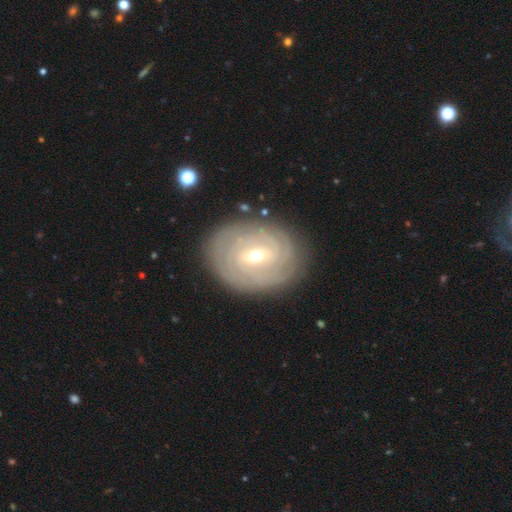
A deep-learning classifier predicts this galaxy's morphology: Smooth or featured? featured or disk (84%)
Edge-on disk? no (96%)
Bar? weak (53%)
Spiral arms? yes (93%)
Spiral winding? tight (84%)
Spiral arm count? can't tell (42%)
Bulge size? moderate (51%)
Merging? none (83%)